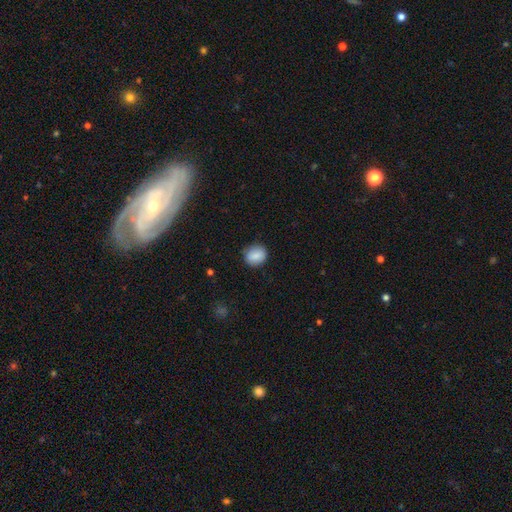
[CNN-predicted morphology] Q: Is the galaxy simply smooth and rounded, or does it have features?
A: smooth — 85%.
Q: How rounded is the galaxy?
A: round — 71%.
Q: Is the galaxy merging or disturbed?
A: none — 84%.